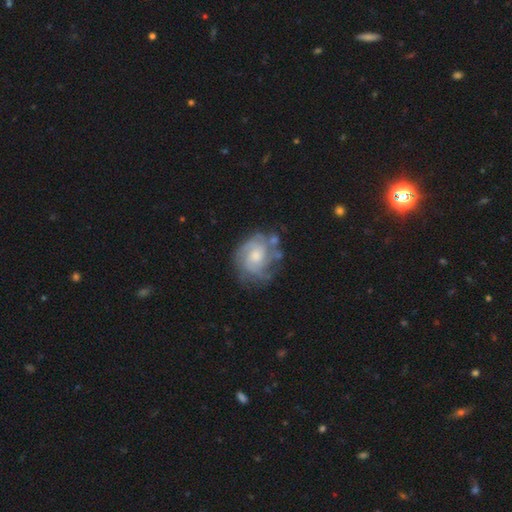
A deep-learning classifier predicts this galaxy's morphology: Smooth or featured? Predicted: featured or disk (p=0.77). Edge-on disk? Predicted: no (p=0.98). Bar? Predicted: no (p=0.71). Spiral arms? Predicted: yes (p=0.89). Spiral winding? Predicted: tight (p=0.55). Spiral arm count? Predicted: can't tell (p=0.36). Bulge size? Predicted: moderate (p=0.54). Merging? Predicted: none (p=0.62).